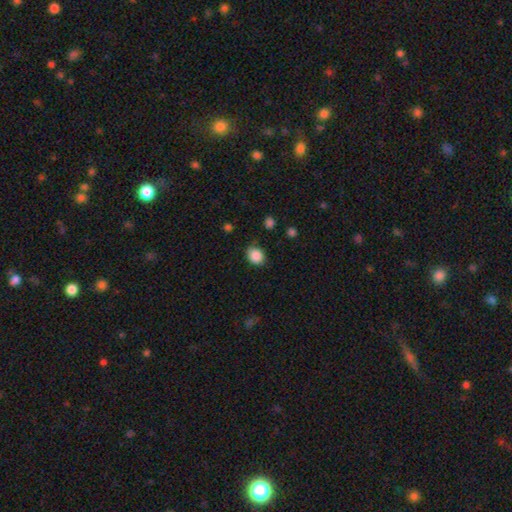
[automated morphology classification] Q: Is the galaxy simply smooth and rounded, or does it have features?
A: smooth — 87%.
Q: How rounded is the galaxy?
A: round — 62%.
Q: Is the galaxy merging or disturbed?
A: none — 78%.